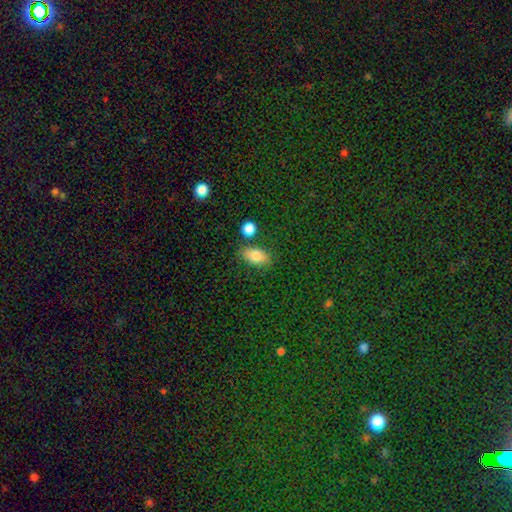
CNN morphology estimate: The model was most divided on "merging": none: 74%, minor disturbance: 14%, merger: 8%, major disturbance: 4%. More confident: how rounded — in between (87%); smooth or featured — smooth (82%).